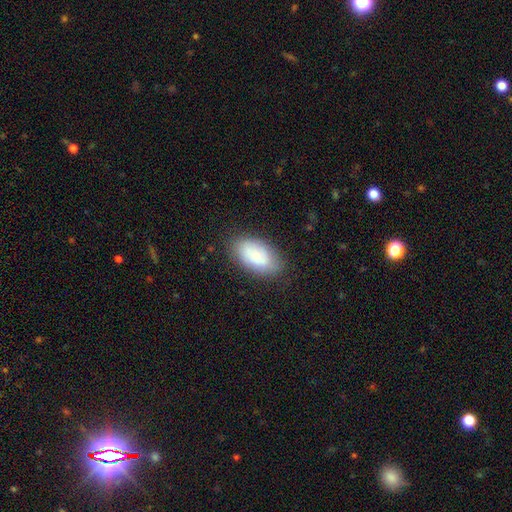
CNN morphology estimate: Q: Smooth or featured?
A: smooth (80%); runner-up: featured or disk (12%)
Q: How rounded?
A: in between (93%); runner-up: round (4%)
Q: Merging?
A: none (78%); runner-up: minor disturbance (16%)